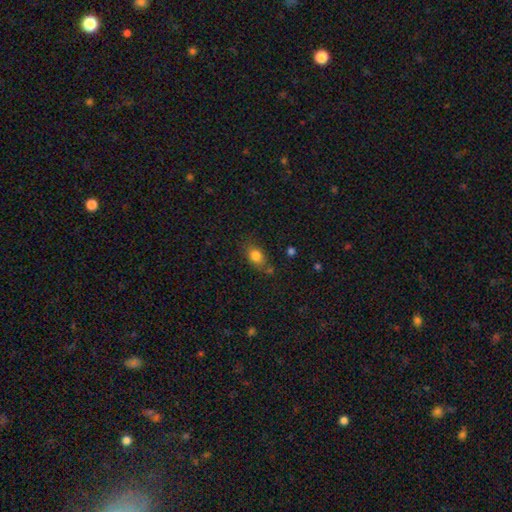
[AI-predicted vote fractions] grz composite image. It shows a smooth galaxy with no disk features (82%) that is in between round and cigar-shaped (68%). Merging: none (64%).